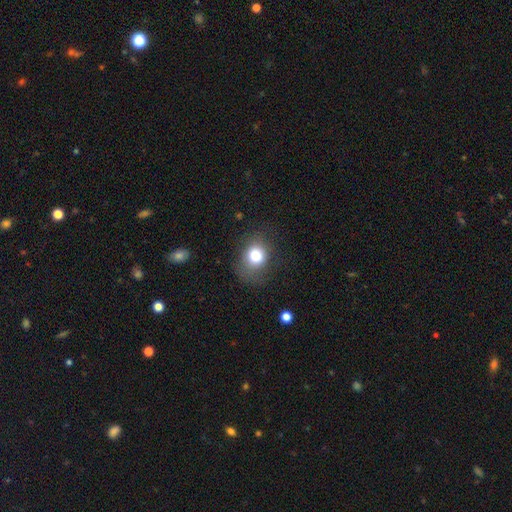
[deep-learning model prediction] A smooth galaxy with no disk features (78%) that is round (62%). Merging: none (65%).